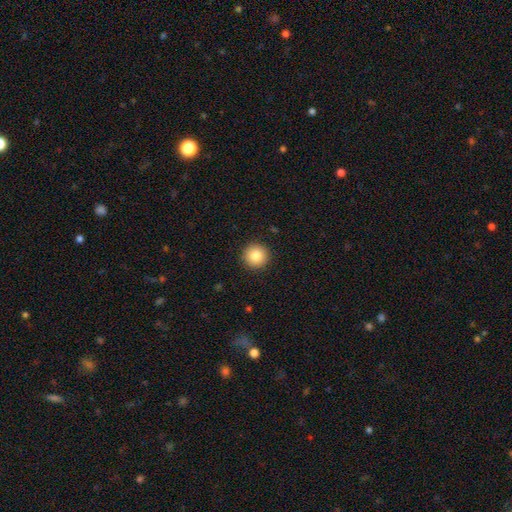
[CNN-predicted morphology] type=smooth (83%); roundness=round (96%); merging=none (92%).